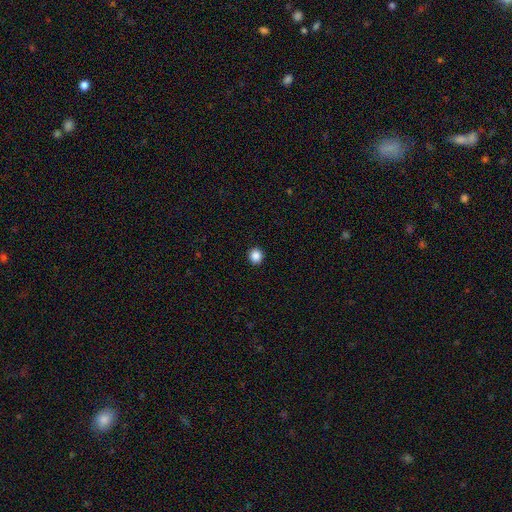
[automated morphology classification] smooth-or-featured: smooth: 87% | star or artifact: 10% | featured or disk: 3%
  how-rounded: round: 93% | in between: 6% | cigar-shaped: 1%
  merging: none: 93% | minor disturbance: 4% | major disturbance: 1% | merger: 1%